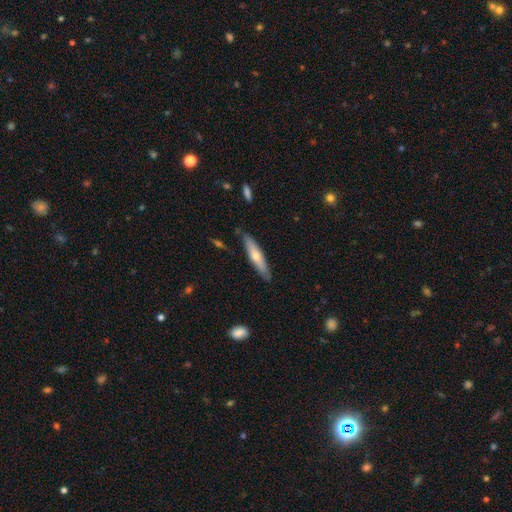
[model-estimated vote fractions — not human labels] Smooth or featured? featured or disk (49%)
Merging? none (86%)